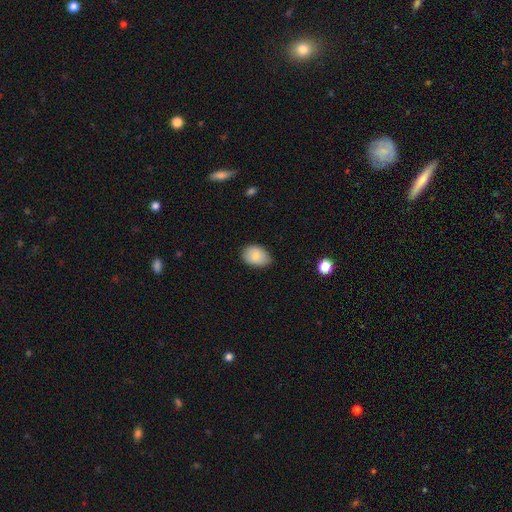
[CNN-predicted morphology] smooth_or_featured: smooth (p=0.80) [alt: featured or disk p=0.12]
how_rounded: in between (p=0.80) [alt: round p=0.19]
merging: none (p=0.73) [alt: minor disturbance p=0.23]